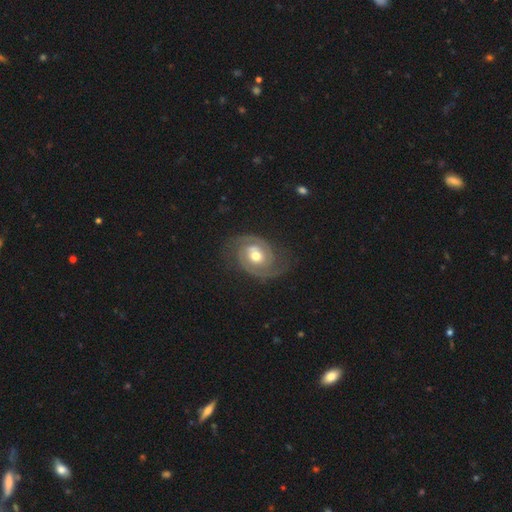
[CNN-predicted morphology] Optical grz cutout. It shows a featured or disk galaxy (89%) with no bar (64%), 2 (91%) tight (52%) spiral arms (97%) and a moderate central bulge (77%). Merging: none (78%).